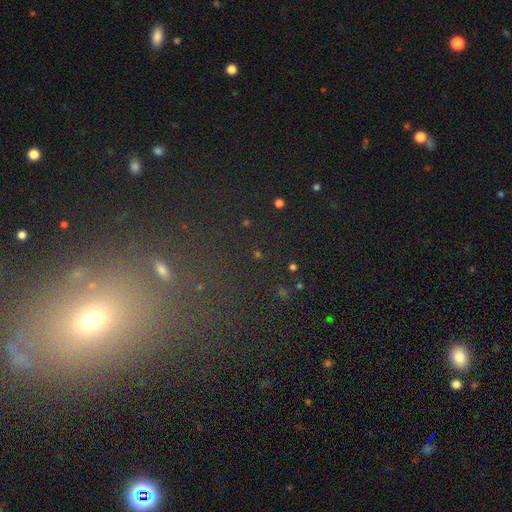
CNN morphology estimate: Smooth or featured? star or artifact (44%)